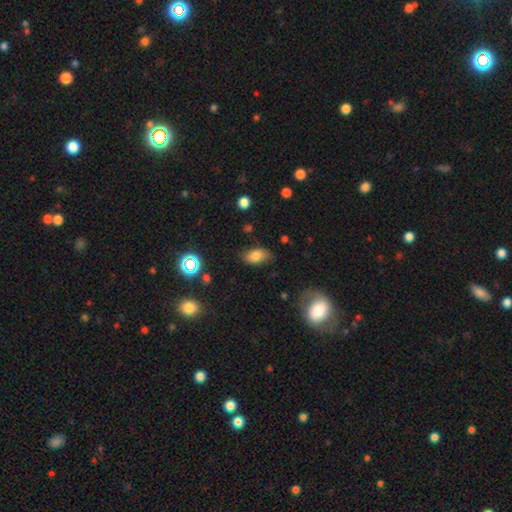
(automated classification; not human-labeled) Smooth or featured? smooth (78%)
How rounded? in between (90%)
Merging? none (76%)